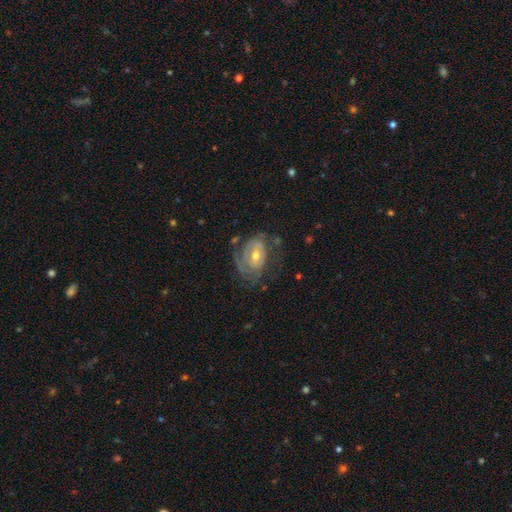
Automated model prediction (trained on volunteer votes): Smooth or featured? featured or disk (75%)
Edge-on disk? no (96%)
Bar? no (57%)
Spiral arms? yes (77%)
Spiral winding? tight (59%)
Spiral arm count? can't tell (41%)
Bulge size? moderate (65%)
Merging? none (50%)